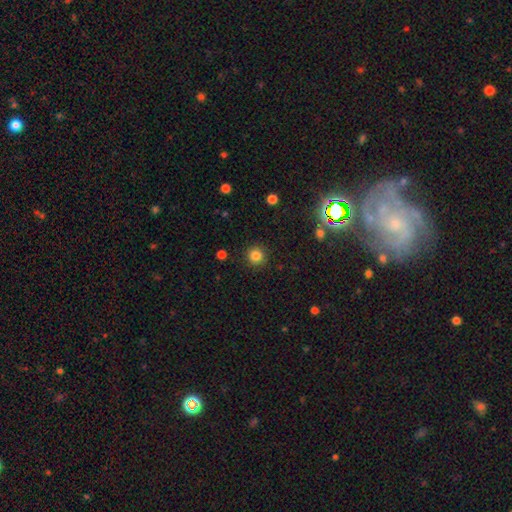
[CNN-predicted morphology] type=smooth (82%); roundness=round (94%); merging=none (90%).